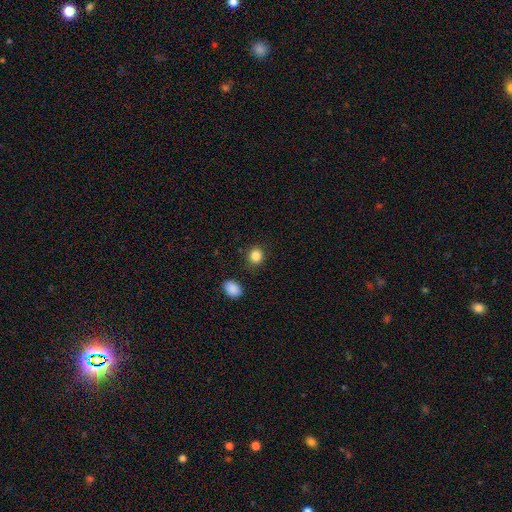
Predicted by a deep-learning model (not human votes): A smooth galaxy with no disk features (86%) that is round (77%). Merging: none (87%).